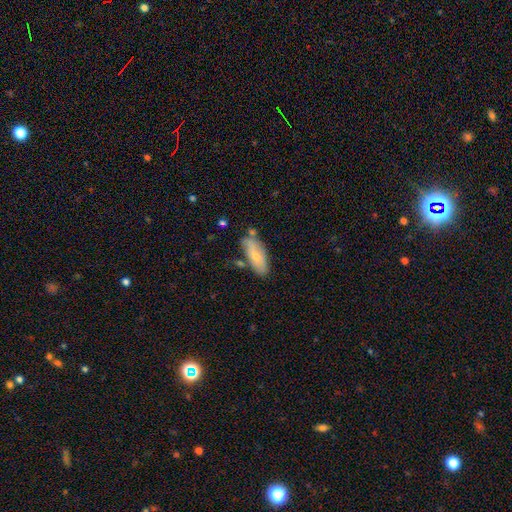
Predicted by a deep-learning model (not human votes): smooth 66%, featured or disk 28%, star or artifact 6%. Down the decision tree: how rounded — in between (73%); merging — none (66%).